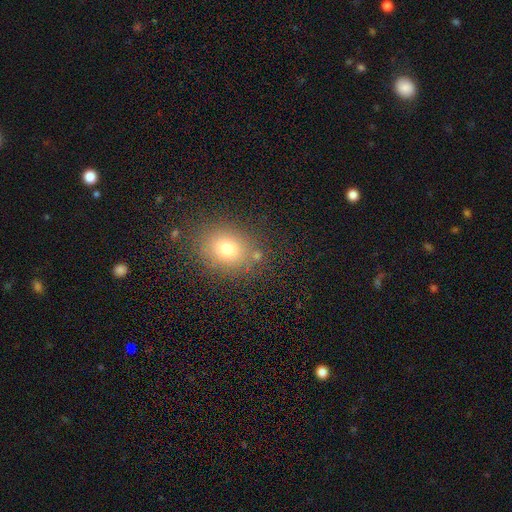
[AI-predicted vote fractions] A smooth galaxy with no disk features (72%) that is round (52%). Merging: none (81%).